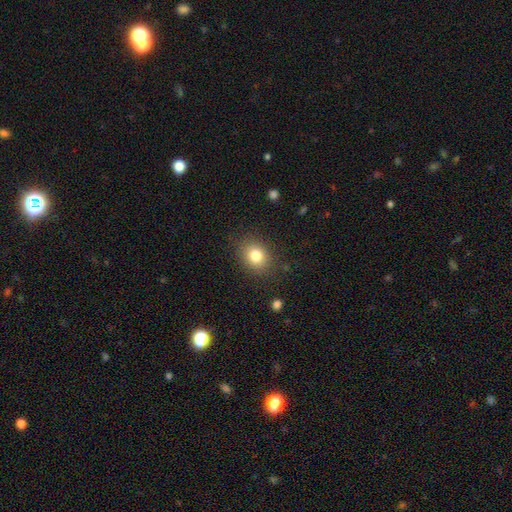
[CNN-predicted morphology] This is clearly a smooth galaxy (81%). How rounded: possibly round (51%). Merging: clearly none (85%).